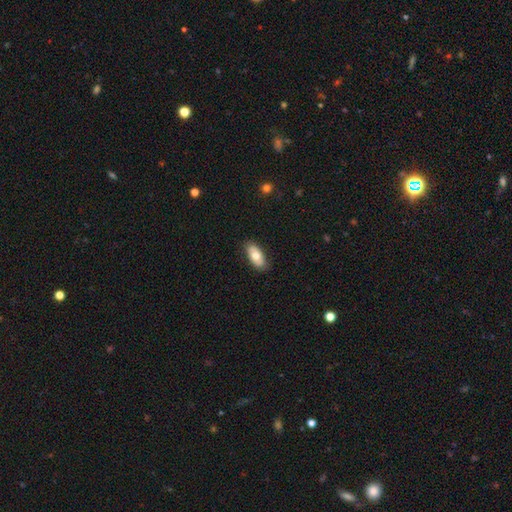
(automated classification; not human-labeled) smooth 70%, featured or disk 24%, star or artifact 6%. Down the decision tree: how rounded — in between (91%); merging — none (85%).